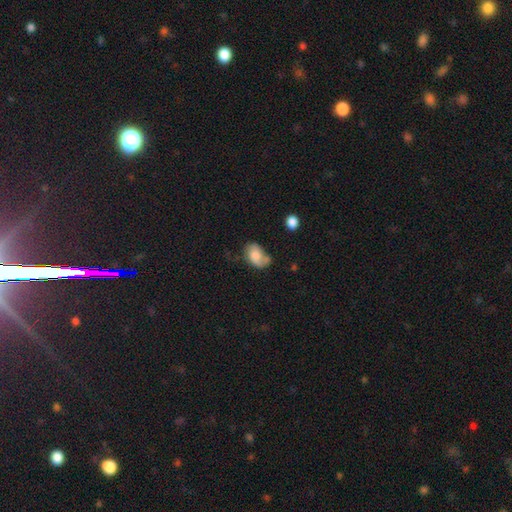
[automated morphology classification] The model was most divided on "merging": none: 40%, minor disturbance: 32%, major disturbance: 15%, merger: 12%. More confident: how rounded — in between (87%); smooth or featured — smooth (67%).